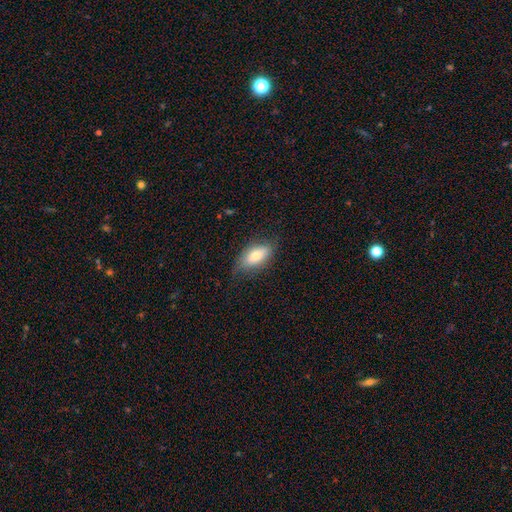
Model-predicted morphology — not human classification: Q: Smooth or featured?
A: smooth (71%); runner-up: featured or disk (22%)
Q: How rounded?
A: in between (87%); runner-up: cigar-shaped (9%)
Q: Merging?
A: none (70%); runner-up: minor disturbance (23%)